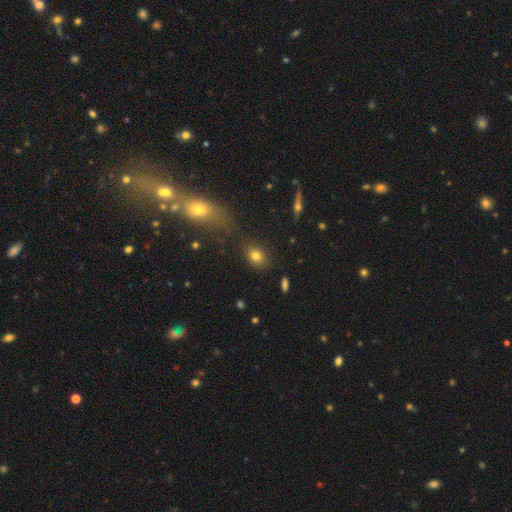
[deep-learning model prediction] Overall: smooth (79%). How rounded: in between (64%; round 33%). Merging: none (80%).